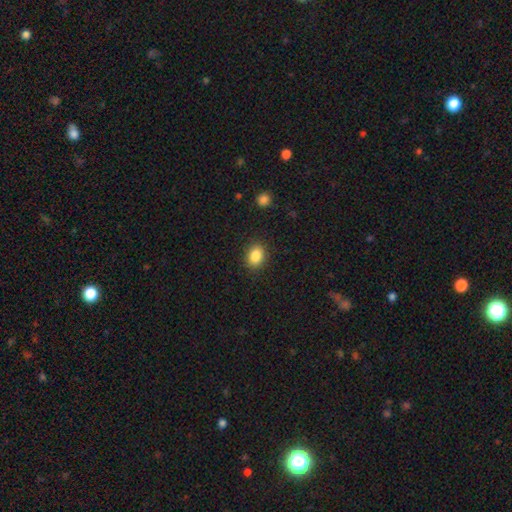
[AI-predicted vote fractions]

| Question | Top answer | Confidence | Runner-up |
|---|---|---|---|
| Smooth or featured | smooth | 86% | star or artifact (9%) |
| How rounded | in between | 62% | round (37%) |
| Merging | none | 88% | minor disturbance (8%) |